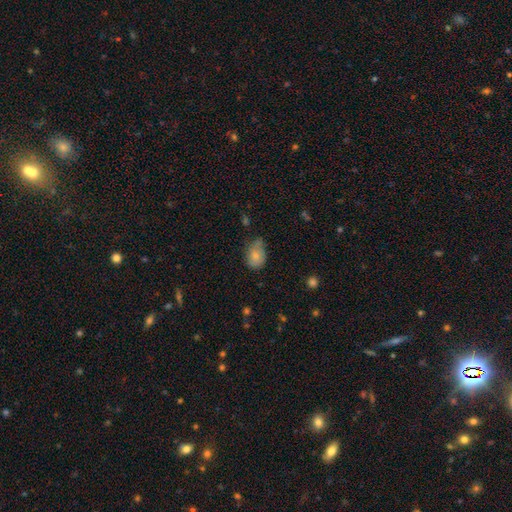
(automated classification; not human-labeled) This appears to be a smooth galaxy with no disk features (77%) that is in between round and cigar-shaped (73%). Merging: none (48%).